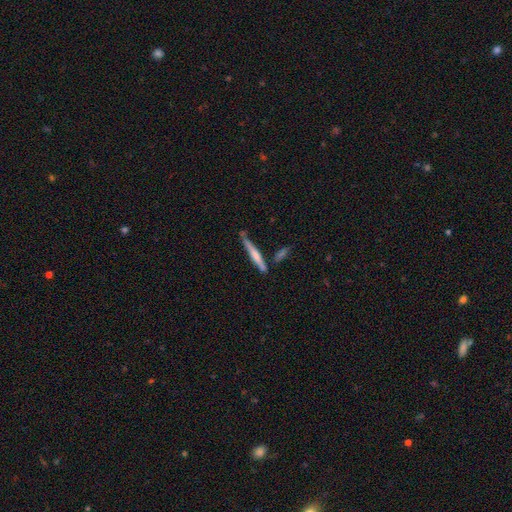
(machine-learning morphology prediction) A smooth galaxy with no disk features (53%) that is cigar-shaped (94%). Merging: none (68%).